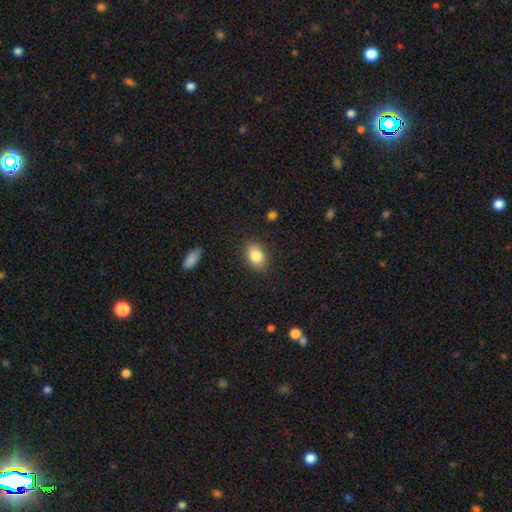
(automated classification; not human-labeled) A smooth galaxy with no disk features (84%) that is in between round and cigar-shaped (73%).

Vote fractions:
- Smooth or featured? smooth: 84% / star or artifact: 8% / featured or disk: 7%
- How rounded? in between: 73% / round: 26% / cigar-shaped: 1%
- Merging? none: 87% / minor disturbance: 9% / major disturbance: 3% / merger: 1%